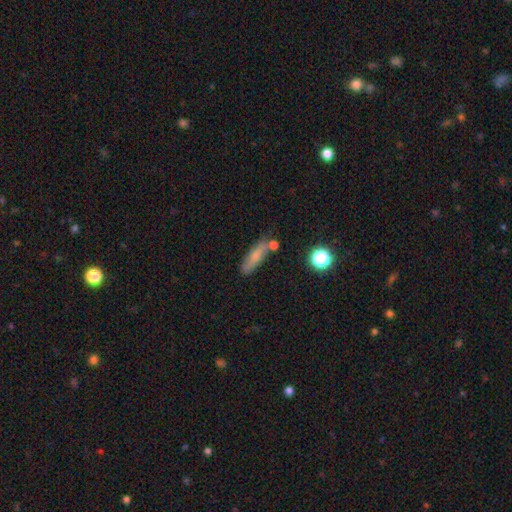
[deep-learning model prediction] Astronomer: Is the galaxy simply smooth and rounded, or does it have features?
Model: smooth — 69%.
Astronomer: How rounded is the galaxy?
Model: cigar-shaped — 59% (runner-up: in between, 36%).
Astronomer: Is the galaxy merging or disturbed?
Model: none — 67%.